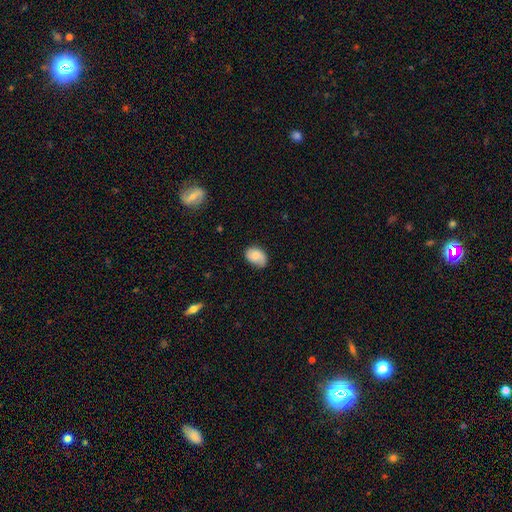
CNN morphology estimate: A smooth galaxy with no disk features (74%) that is in between round and cigar-shaped (80%). Merging: none (69%).